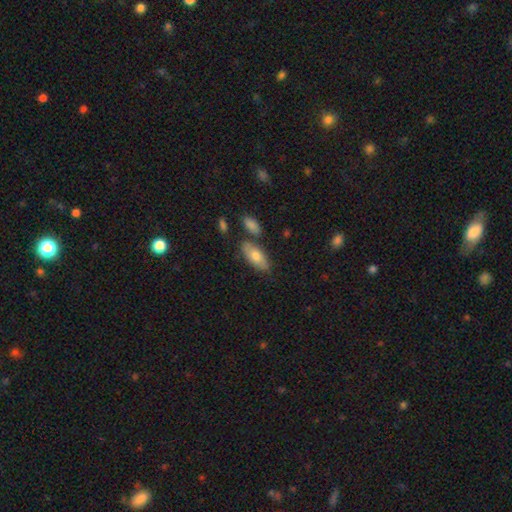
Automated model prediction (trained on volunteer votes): Smooth or featured: smooth — 74% (featured or disk — 19%)
How rounded: in between — 85% (cigar-shaped — 12%)
Merging: none — 73% (minor disturbance — 14%)